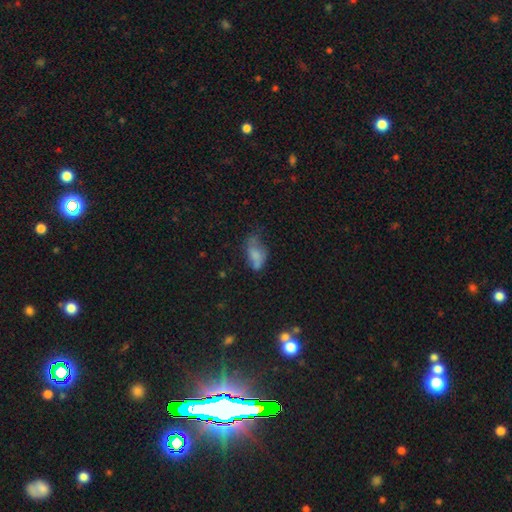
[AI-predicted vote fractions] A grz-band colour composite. It shows a smooth galaxy with no disk features (65%) that is in between round and cigar-shaped (88%). Merging: minor disturbance (33%).